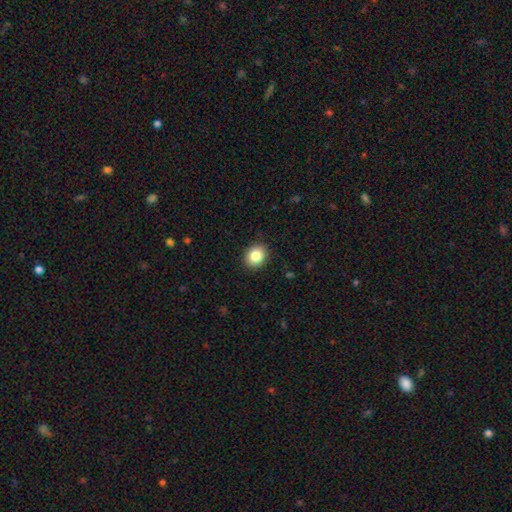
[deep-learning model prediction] Overall: smooth (84%). How rounded: round (63%; in between 36%). Merging: none (90%).